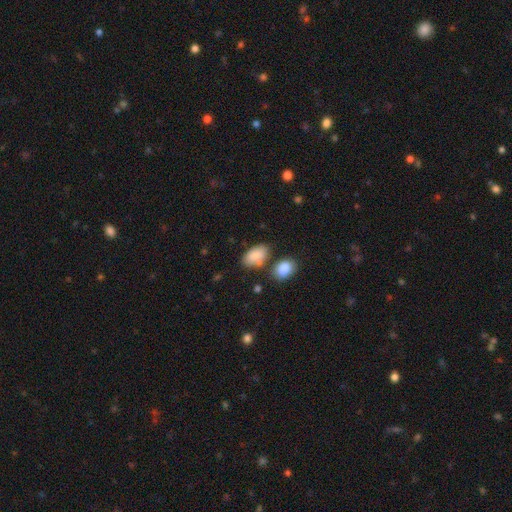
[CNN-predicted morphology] smooth-or-featured: smooth: 85% | featured or disk: 8% | star or artifact: 7%
  how-rounded: in between: 92% | round: 6% | cigar-shaped: 2%
  merging: none: 63% | minor disturbance: 18% | merger: 15% | major disturbance: 5%